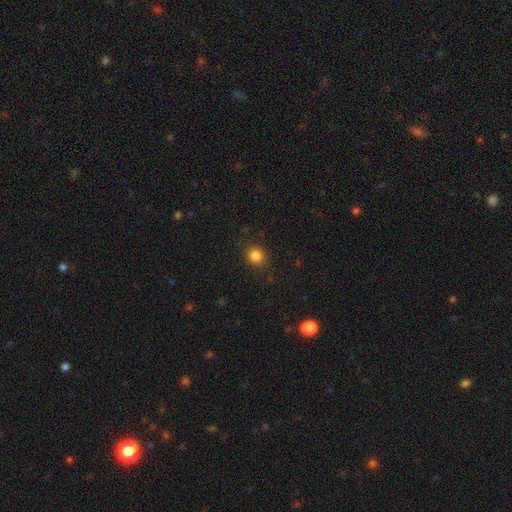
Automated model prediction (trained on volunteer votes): Smooth or featured? Predicted: smooth (p=0.84). How rounded? Predicted: round (p=0.83). Merging? Predicted: none (p=0.87).